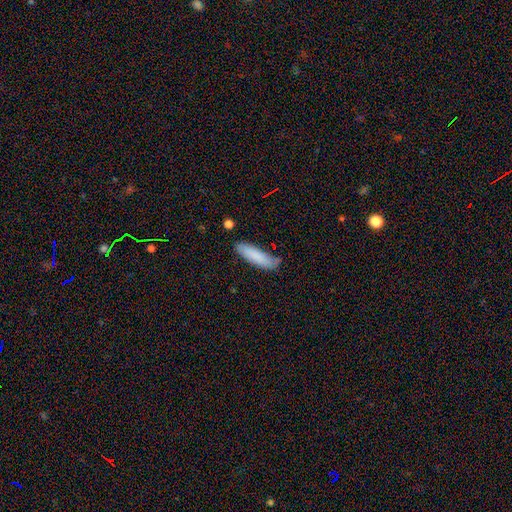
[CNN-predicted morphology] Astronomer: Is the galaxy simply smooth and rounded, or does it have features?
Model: smooth — 85%.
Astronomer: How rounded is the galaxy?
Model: cigar-shaped — 69%.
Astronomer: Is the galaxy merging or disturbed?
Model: none — 75%.